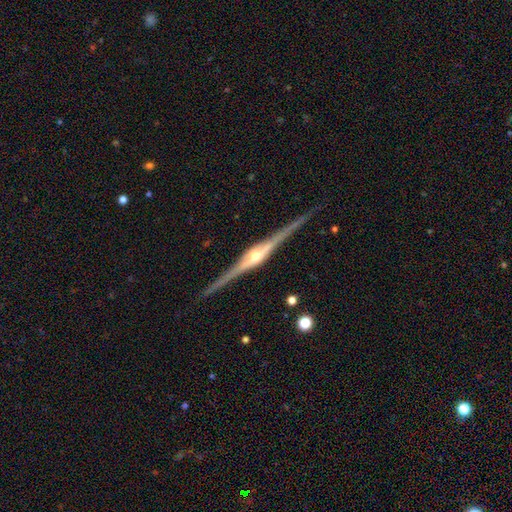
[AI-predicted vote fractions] featured or disk 91%, smooth 5%, star or artifact 4%. Down the decision tree: edge-on disk — yes (98%); edge-on bulge — rounded (90%); merging — none (88%).